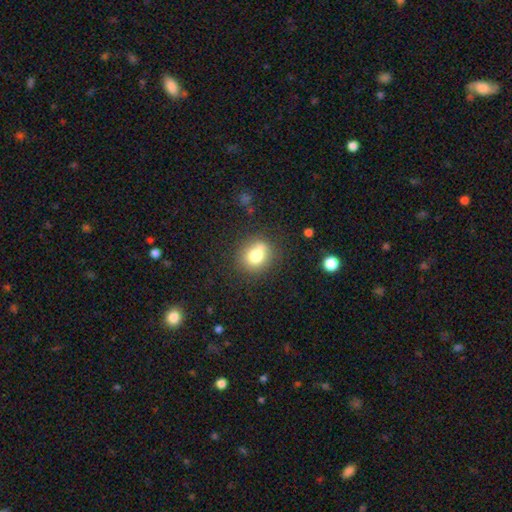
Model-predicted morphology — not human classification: Smooth or featured: smooth — 75% (featured or disk — 13%)
How rounded: round — 77% (in between — 22%)
Merging: none — 69% (minor disturbance — 15%)